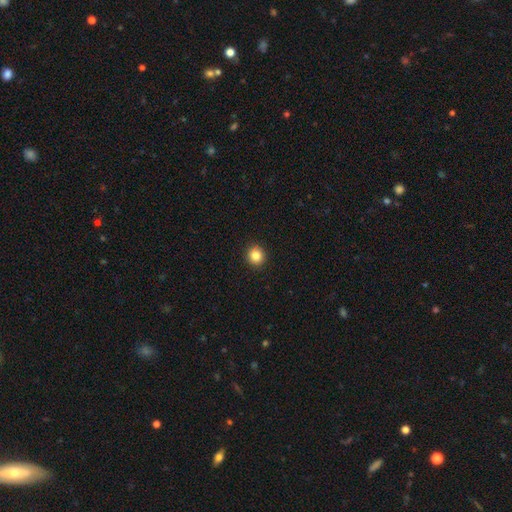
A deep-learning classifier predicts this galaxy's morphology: Smooth or featured? Predicted: smooth (p=0.85). How rounded? Predicted: round (p=0.91). Merging? Predicted: none (p=0.93).